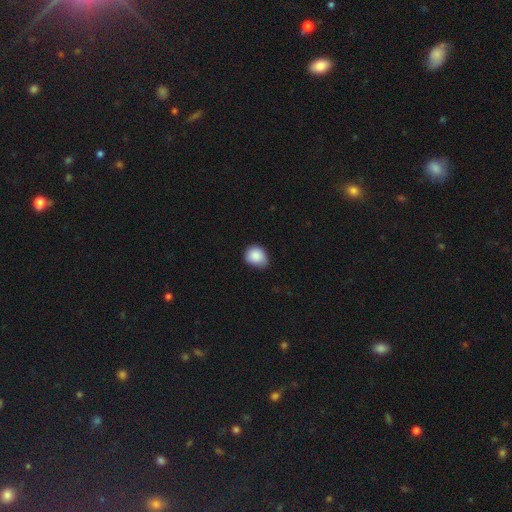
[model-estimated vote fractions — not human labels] A smooth galaxy with no disk features (87%) that is round (66%).

Vote fractions:
- Smooth or featured? smooth: 87% / star or artifact: 8% / featured or disk: 5%
- How rounded? round: 66% / in between: 33% / cigar-shaped: 1%
- Merging? none: 57% / minor disturbance: 36% / major disturbance: 5% / merger: 2%